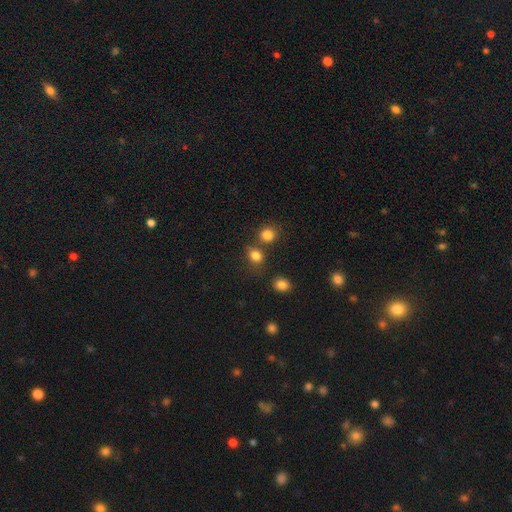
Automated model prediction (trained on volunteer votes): A smooth galaxy with no disk features (80%) that is round (63%). Merging: none (62%).